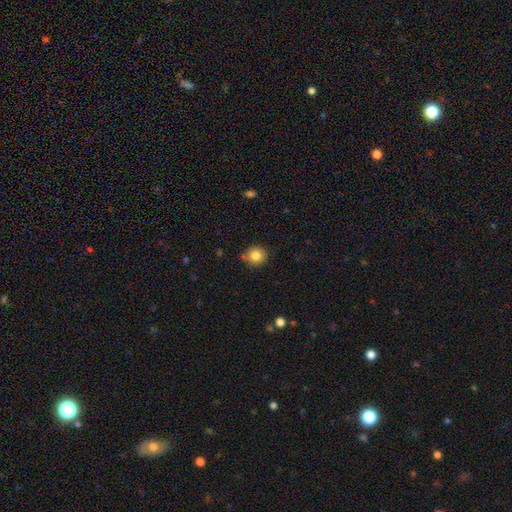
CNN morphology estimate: A smooth galaxy with no disk features (83%) that is round (88%).

Vote fractions:
- Smooth or featured? smooth: 83% / star or artifact: 10% / featured or disk: 7%
- How rounded? round: 88% / in between: 11% / cigar-shaped: 1%
- Merging? none: 79% / minor disturbance: 15% / merger: 4% / major disturbance: 3%